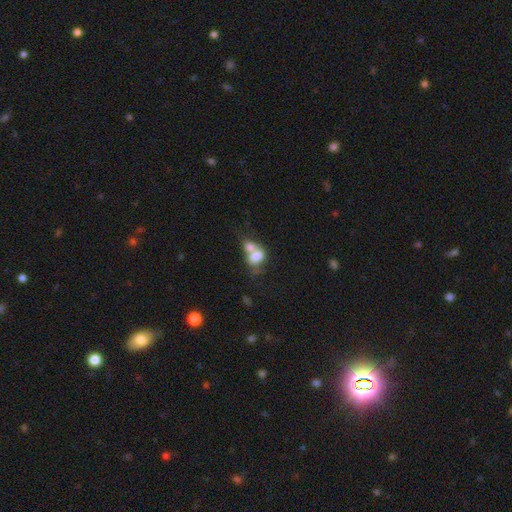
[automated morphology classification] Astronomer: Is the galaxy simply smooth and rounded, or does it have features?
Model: smooth — 70%.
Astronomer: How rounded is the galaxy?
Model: in between — 57% (runner-up: round, 41%).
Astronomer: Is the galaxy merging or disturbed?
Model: merger — 72%.